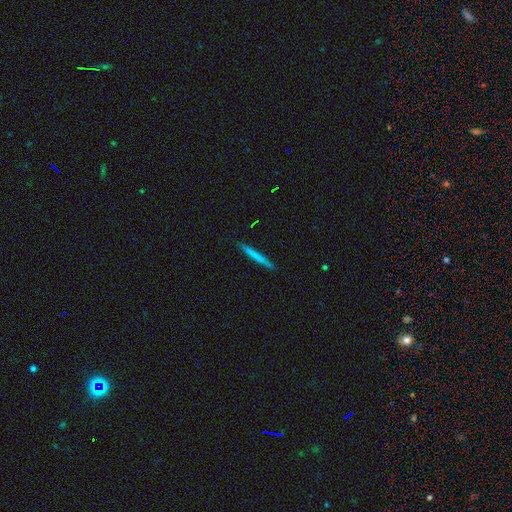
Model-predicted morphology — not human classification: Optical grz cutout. It shows a smooth galaxy with no disk features (65%) that is cigar-shaped (97%). Merging: none (92%).